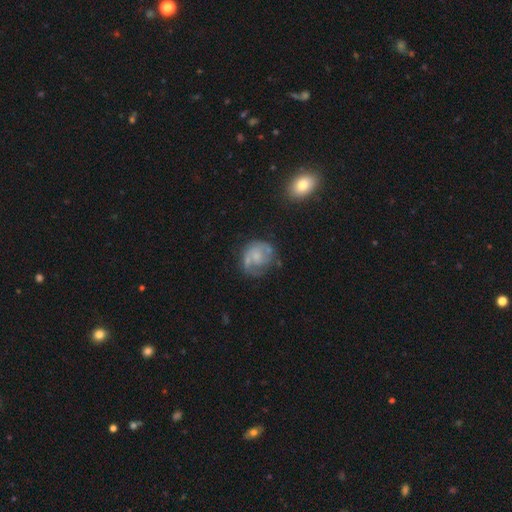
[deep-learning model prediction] Overall: featured or disk (60%; smooth 32%). Edge-on disk: no (98%). Bar: no (71%). Spiral arms: yes (72%). Bulge size: small (41%; none 27%). Merging: none (51%; minor disturbance 23%).